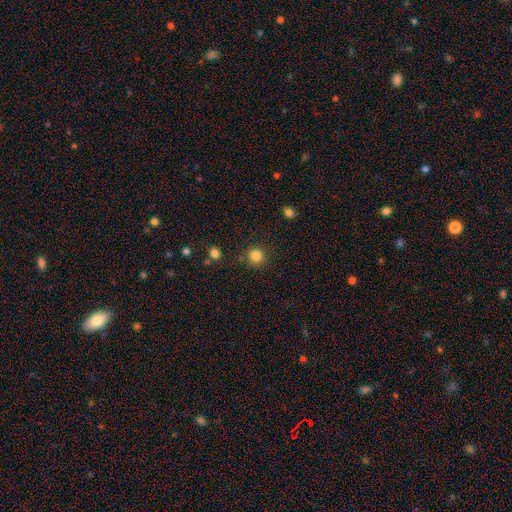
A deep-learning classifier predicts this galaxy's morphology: type=smooth (84%); roundness=round (93%); merging=none (85%).